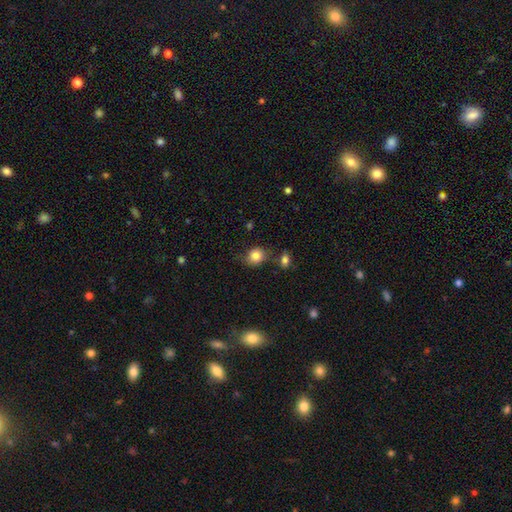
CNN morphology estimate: The model was most divided on "how rounded": round: 68%, in between: 30%, cigar-shaped: 1%. More confident: smooth or featured — smooth (83%); merging — none (66%).